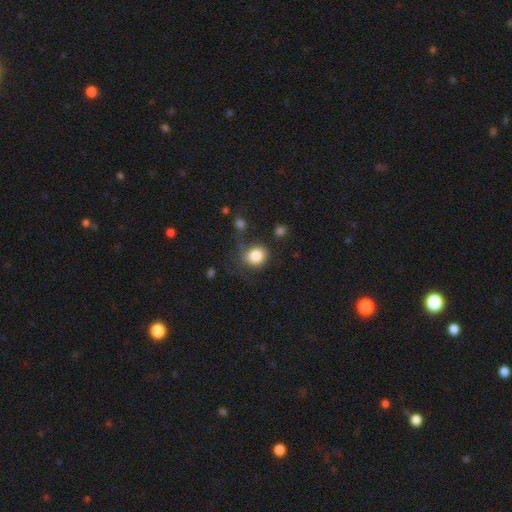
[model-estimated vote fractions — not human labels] Smooth or featured? Predicted: smooth (p=0.83). How rounded? Predicted: round (p=0.74). Merging? Predicted: none (p=0.56).